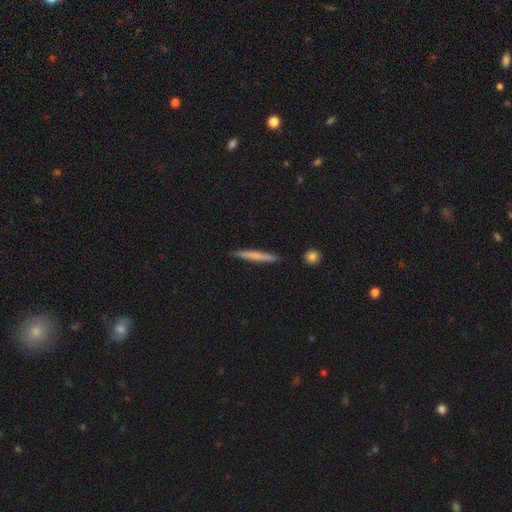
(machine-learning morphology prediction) Q: Smooth or featured?
A: smooth (64%); runner-up: featured or disk (30%)
Q: How rounded?
A: cigar-shaped (96%); runner-up: in between (3%)
Q: Merging?
A: none (89%); runner-up: minor disturbance (8%)